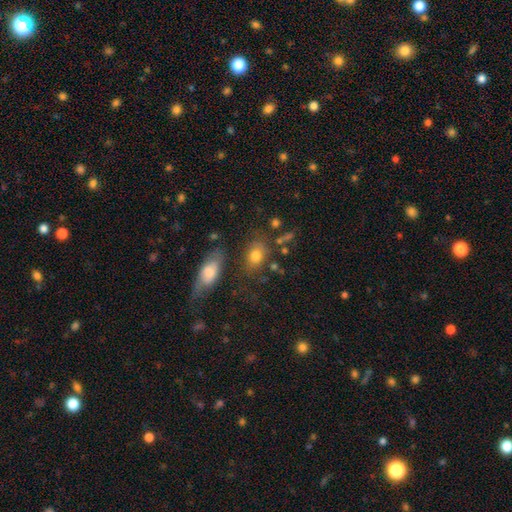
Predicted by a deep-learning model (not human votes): A smooth galaxy with no disk features (76%) that is in between round and cigar-shaped (72%). Merging: none (63%).